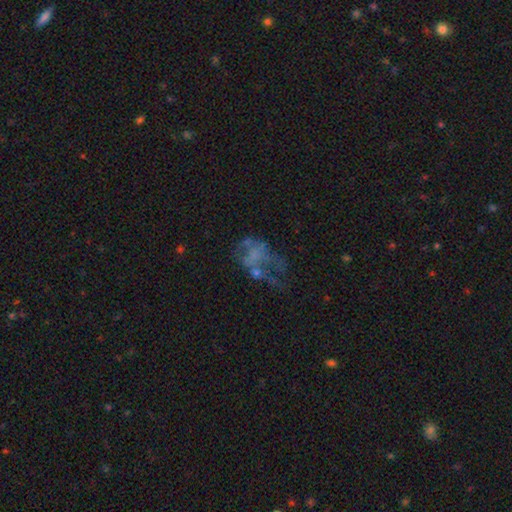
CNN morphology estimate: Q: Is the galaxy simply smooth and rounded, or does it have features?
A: featured or disk — 55%.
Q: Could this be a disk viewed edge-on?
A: no — 98%.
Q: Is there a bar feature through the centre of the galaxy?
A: no — 87%.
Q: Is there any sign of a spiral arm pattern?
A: no — 82%.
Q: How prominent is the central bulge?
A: none — 70%.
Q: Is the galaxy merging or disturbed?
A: major disturbance — 47%.